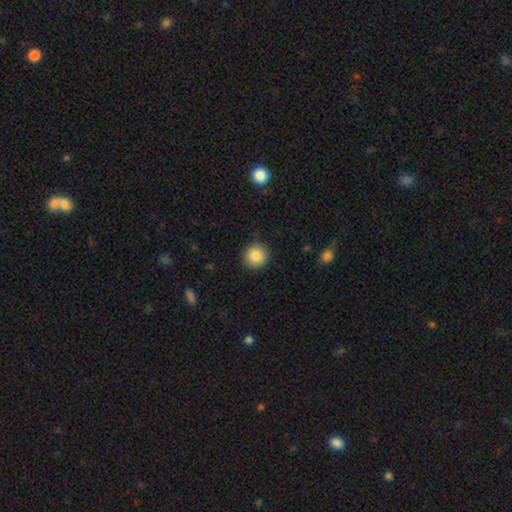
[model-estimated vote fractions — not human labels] A smooth galaxy with no disk features (85%) that is round (92%).

Vote fractions:
- Smooth or featured? smooth: 85% / star or artifact: 9% / featured or disk: 6%
- How rounded? round: 92% / in between: 7% / cigar-shaped: 1%
- Merging? none: 90% / minor disturbance: 7% / major disturbance: 2% / merger: 1%